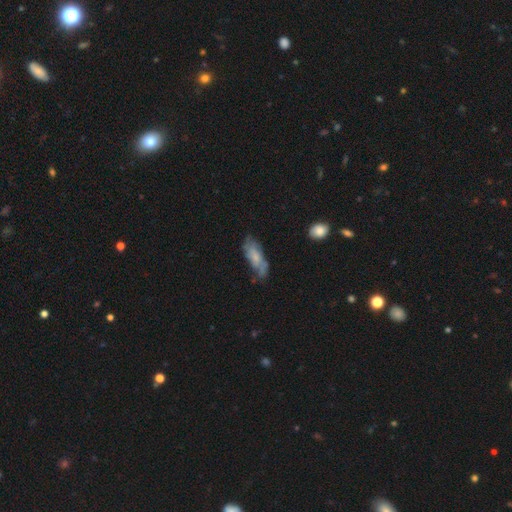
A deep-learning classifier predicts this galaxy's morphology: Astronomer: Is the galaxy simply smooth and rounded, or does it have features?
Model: featured or disk — 46% (runner-up: smooth, 44%).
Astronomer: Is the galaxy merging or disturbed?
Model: none — 58%.